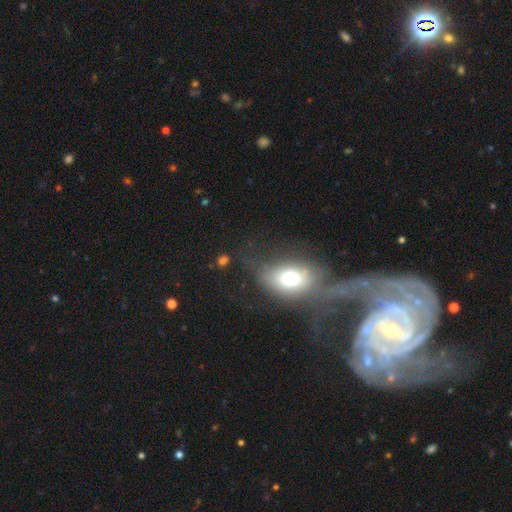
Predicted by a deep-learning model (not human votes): Smooth or featured? featured or disk (62%)
Edge-on disk? no (92%)
Bar? no (45%)
Spiral arms? yes (81%)
Bulge size? moderate (43%)
Merging? none (36%, tied with merger)